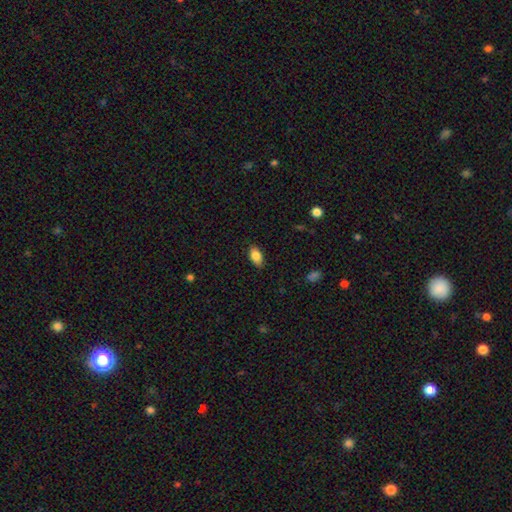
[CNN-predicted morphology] The model was most divided on "merging": none: 86%, minor disturbance: 11%, major disturbance: 2%, merger: 1%. More confident: how rounded — in between (91%); smooth or featured — smooth (84%).